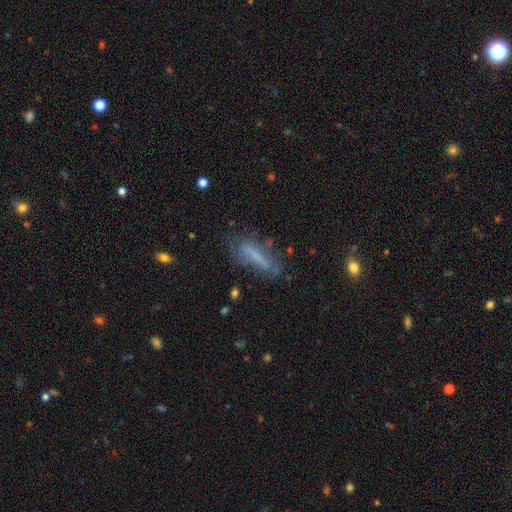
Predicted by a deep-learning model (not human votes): Morphology: type=smooth (56%); roundness=cigar-shaped (72%); merging=none (60%).